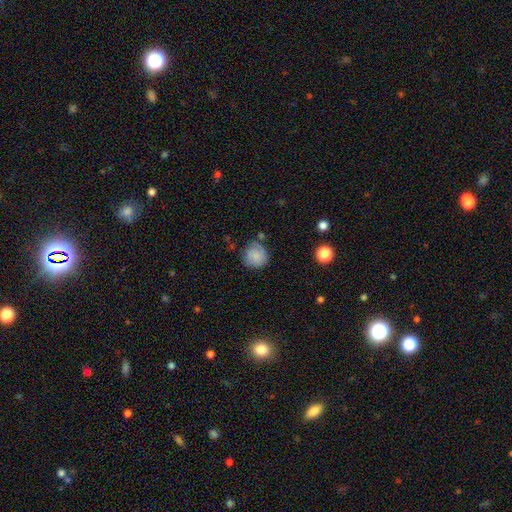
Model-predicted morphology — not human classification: Overall: smooth (80%). How rounded: round (87%). Merging: none (68%).